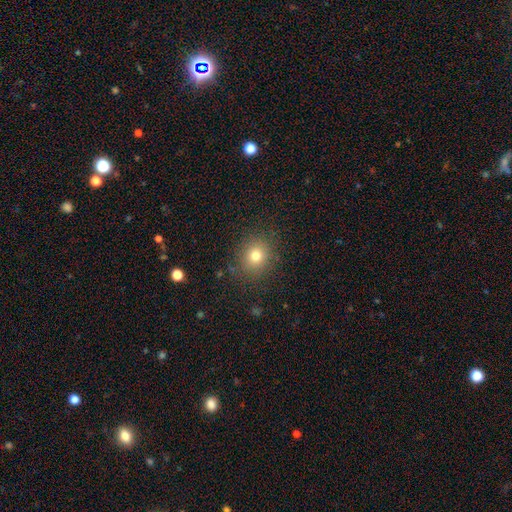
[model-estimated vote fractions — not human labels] This is likely a smooth galaxy (76%). How rounded: clearly round (82%). Merging: clearly none (86%).